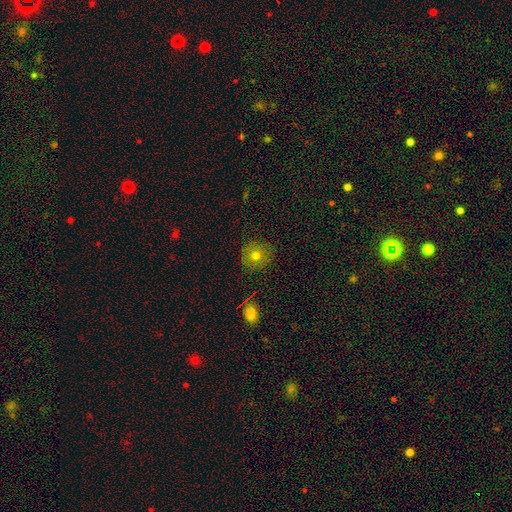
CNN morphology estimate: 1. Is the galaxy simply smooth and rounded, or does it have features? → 72% smooth, 16% featured or disk, 12% star or artifact.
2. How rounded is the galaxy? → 90% round, 9% in between, 1% cigar-shaped.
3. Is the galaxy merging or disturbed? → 86% none, 9% minor disturbance, 3% major disturbance, 1% merger.